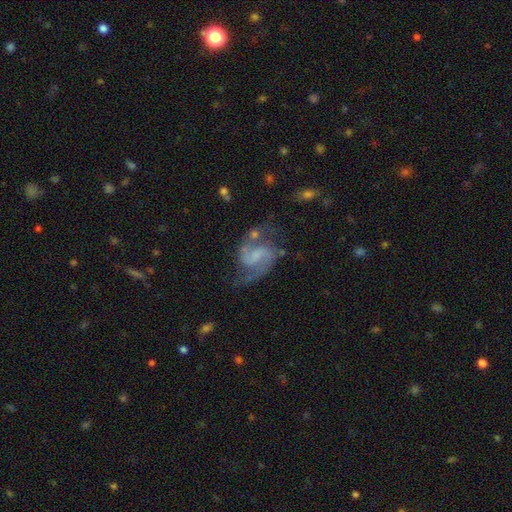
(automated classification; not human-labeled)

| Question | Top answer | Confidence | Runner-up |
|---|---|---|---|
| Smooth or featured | featured or disk | 86% | smooth (8%) |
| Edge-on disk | no | 98% | yes (2%) |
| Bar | weak | 53% | no (29%) |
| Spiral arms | yes | 96% | no (4%) |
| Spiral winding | medium | 55% | loose (33%) |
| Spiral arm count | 2 | 91% | can't tell (3%) |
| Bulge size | none | 40% | small (34%) |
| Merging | none | 61% | minor disturbance (19%) |